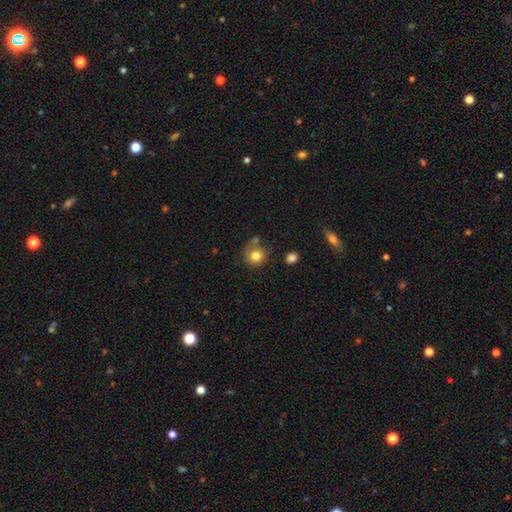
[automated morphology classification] Overall: smooth (80%). How rounded: round (87%). Merging: none (59%).